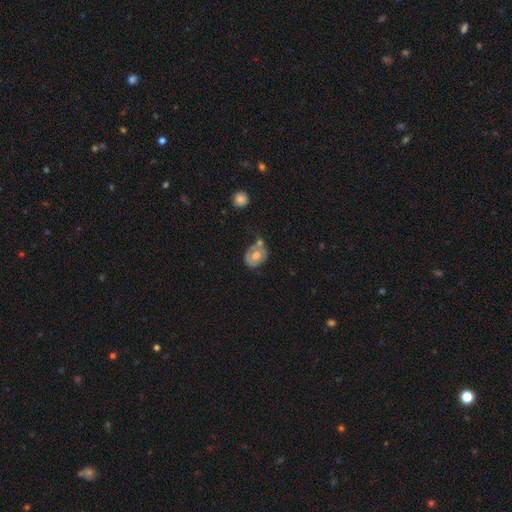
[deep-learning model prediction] Morphology: type=smooth (48%); merging=none (44%).